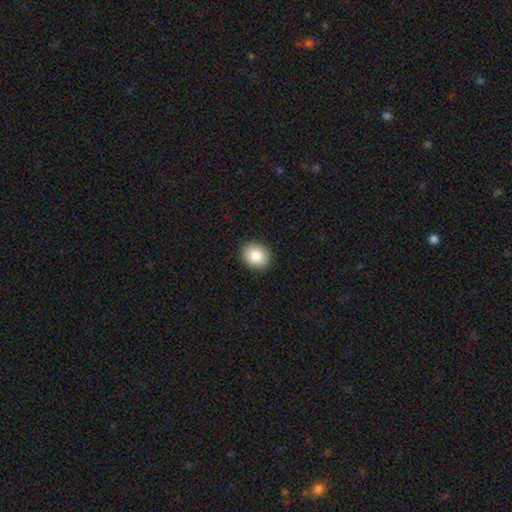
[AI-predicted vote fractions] The model was most divided on "how rounded": round: 63%, in between: 36%, cigar-shaped: 1%. More confident: merging — none (91%); smooth or featured — smooth (85%).